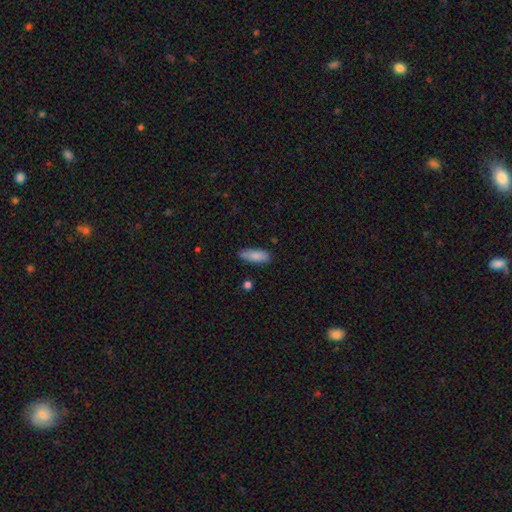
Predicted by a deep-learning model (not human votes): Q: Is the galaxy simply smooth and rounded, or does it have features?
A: smooth — 86%.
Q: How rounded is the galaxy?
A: in between — 67%.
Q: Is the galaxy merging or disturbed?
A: none — 82%.